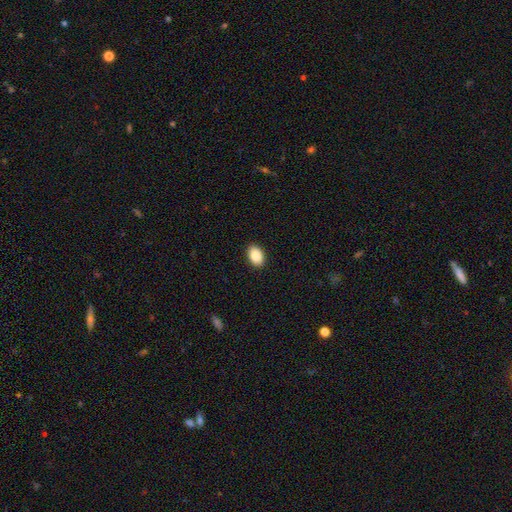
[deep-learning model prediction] Smooth or featured? smooth (88%)
How rounded? in between (87%)
Merging? none (90%)